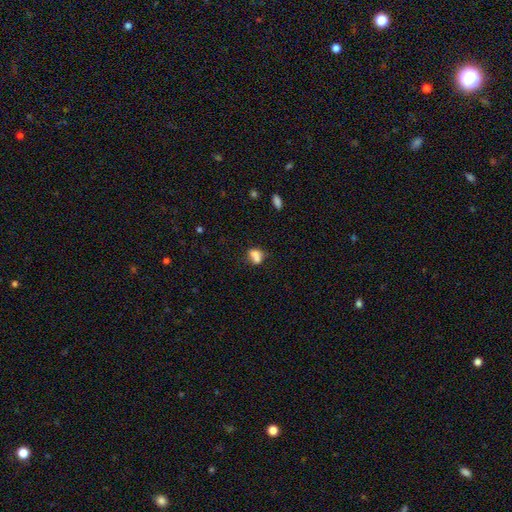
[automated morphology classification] smooth-or-featured: smooth: 72% | featured or disk: 17% | star or artifact: 11%
  how-rounded: in between: 57% | round: 40% | cigar-shaped: 3%
  merging: merger: 48% | none: 32% | minor disturbance: 13% | major disturbance: 7%